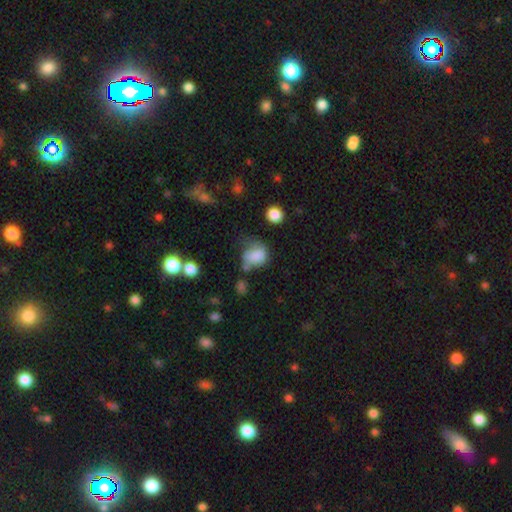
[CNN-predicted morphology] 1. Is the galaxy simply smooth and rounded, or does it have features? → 75% smooth, 14% featured or disk, 10% star or artifact.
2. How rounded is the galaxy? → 50% round, 49% in between, 1% cigar-shaped.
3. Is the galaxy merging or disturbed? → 30% none (tied), 30% minor disturbance (tied), 28% major disturbance, 12% merger.